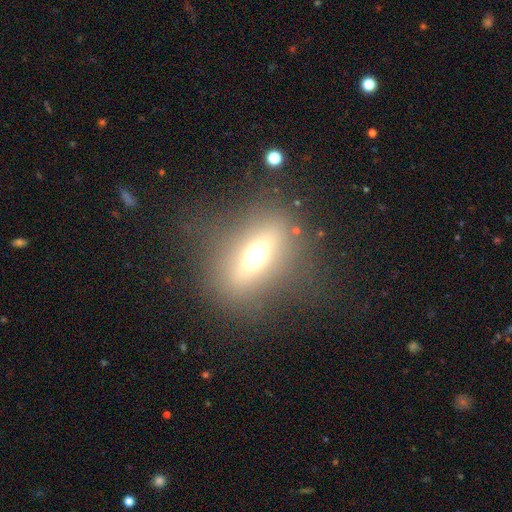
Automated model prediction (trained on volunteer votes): A smooth galaxy with no disk features (49%). Merging: none (77%).